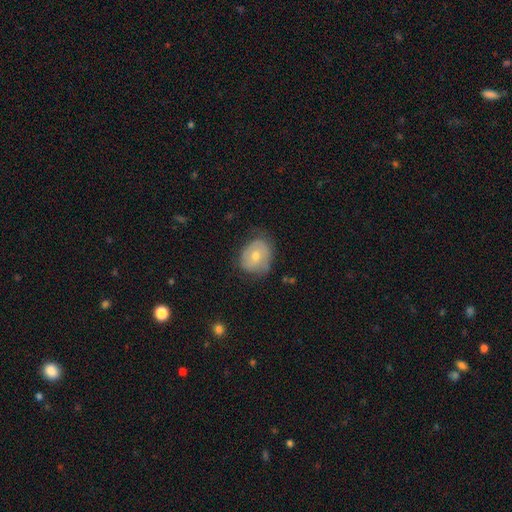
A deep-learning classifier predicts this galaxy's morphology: smooth-or-featured: smooth: 58% | featured or disk: 35% | star or artifact: 7%
  how-rounded: round: 59% | in between: 40% | cigar-shaped: 1%
  merging: none: 57% | minor disturbance: 31% | major disturbance: 10% | merger: 2%